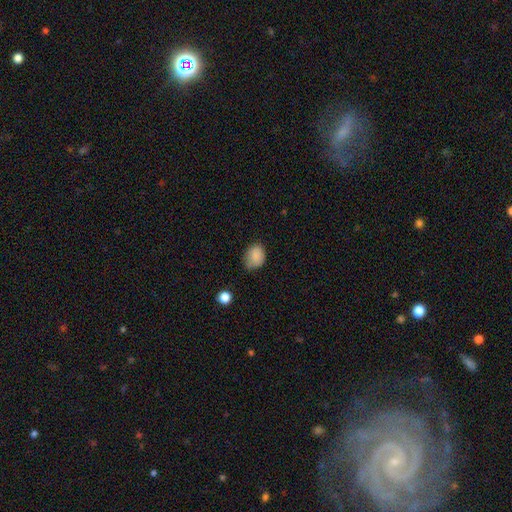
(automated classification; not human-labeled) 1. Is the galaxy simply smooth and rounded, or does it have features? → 85% smooth, 9% star or artifact, 6% featured or disk.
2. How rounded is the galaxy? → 55% in between, 45% round, 1% cigar-shaped.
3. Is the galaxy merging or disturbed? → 59% none, 33% minor disturbance, 7% major disturbance, 2% merger.